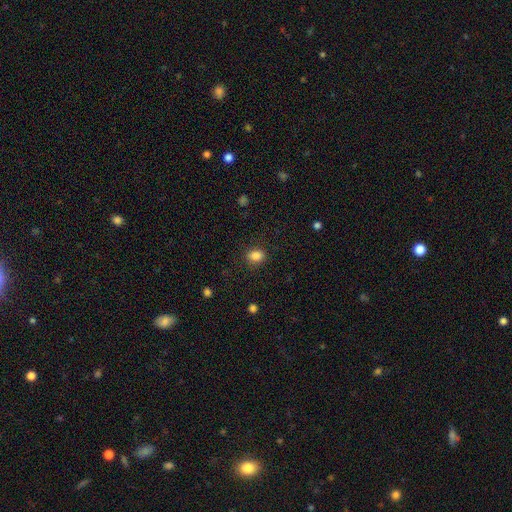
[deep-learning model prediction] smooth 86%, star or artifact 10%, featured or disk 4%. Down the decision tree: how rounded — in between (56%); merging — none (86%).